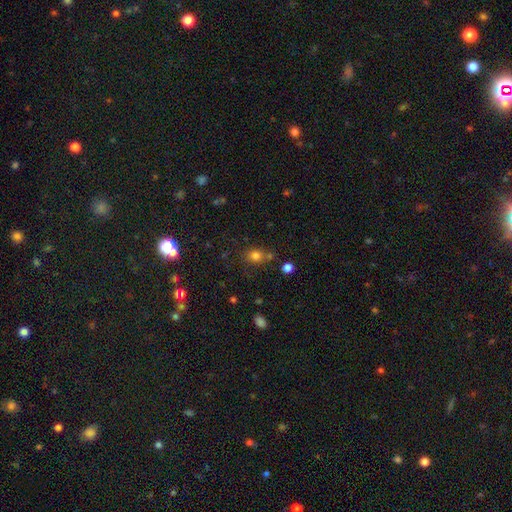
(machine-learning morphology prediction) A smooth galaxy with no disk features (76%) that is round (63%). Merging: none (62%).